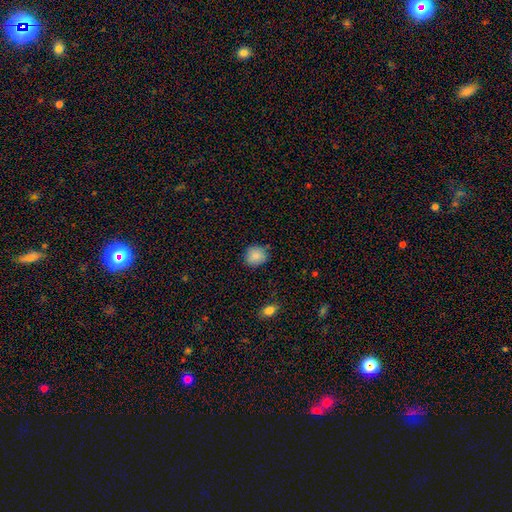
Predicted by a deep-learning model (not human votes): Smooth or featured? smooth (87%)
How rounded? round (83%)
Merging? none (83%)